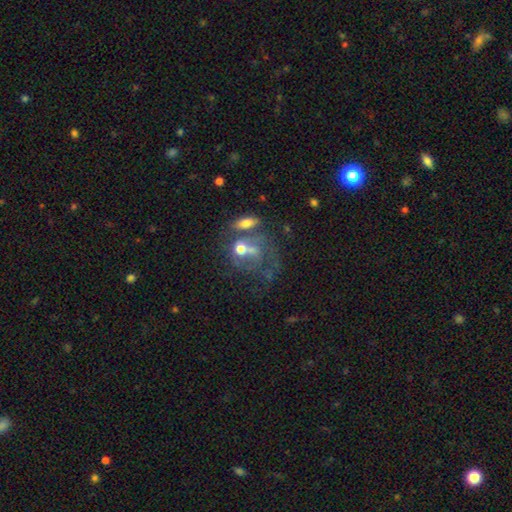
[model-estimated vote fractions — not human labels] This appears to be a featured or disk galaxy (54%) with no bar (72%), no spiral arms (51%) and a moderate central bulge (50%). Merging: merger (44%).